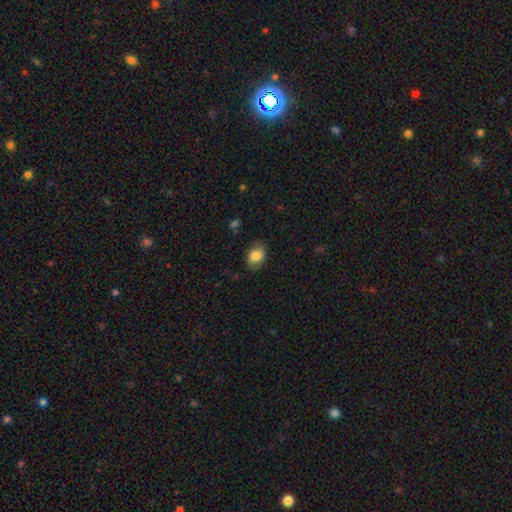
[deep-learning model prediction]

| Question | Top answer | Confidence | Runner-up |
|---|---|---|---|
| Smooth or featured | smooth | 84% | featured or disk (9%) |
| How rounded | in between | 72% | round (27%) |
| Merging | none | 80% | minor disturbance (15%) |